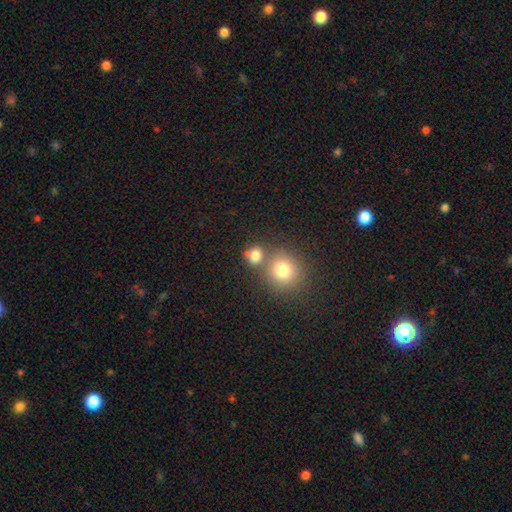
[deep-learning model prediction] Morphology: type=smooth (79%); roundness=round (77%); merging=none (54%).